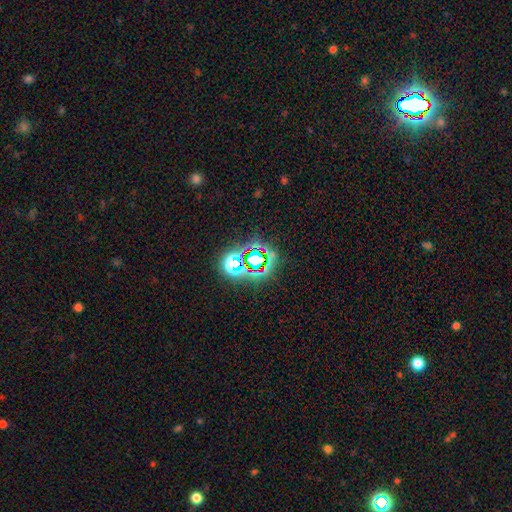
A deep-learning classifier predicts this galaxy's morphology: type=star or artifact (74%).